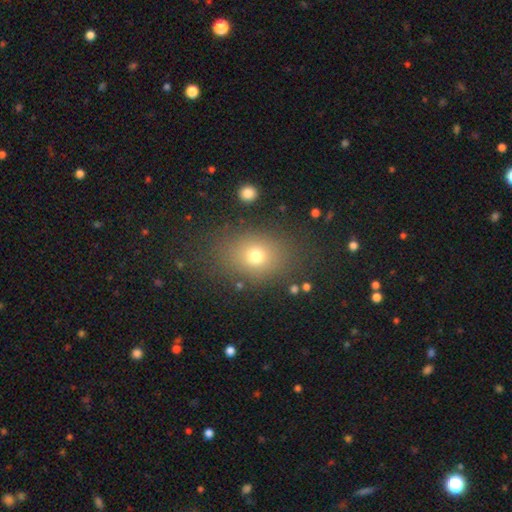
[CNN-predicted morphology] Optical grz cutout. It shows a smooth galaxy with no disk features (72%) that is in between round and cigar-shaped (57%). Merging: none (81%).